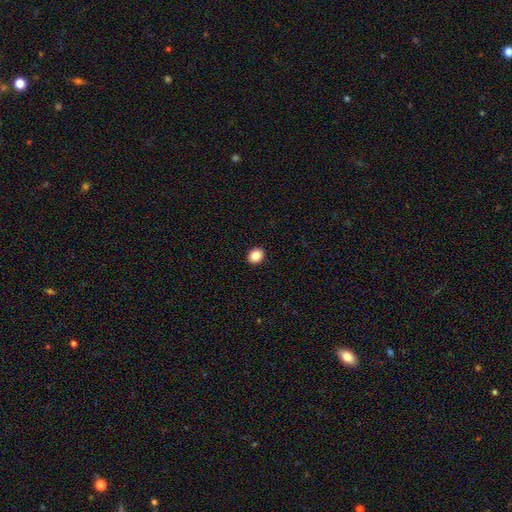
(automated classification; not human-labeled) Morphology: type=smooth (87%); roundness=round (55%); merging=none (92%).